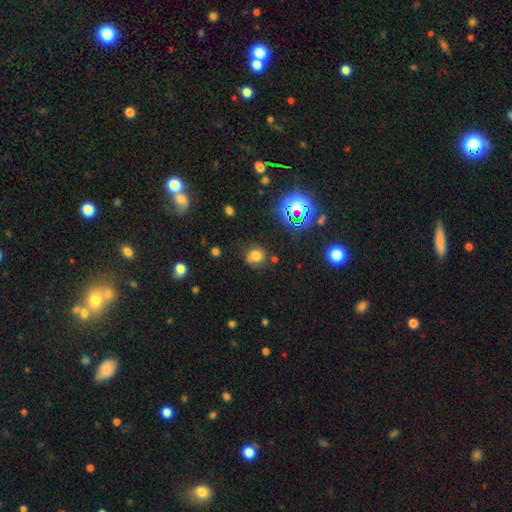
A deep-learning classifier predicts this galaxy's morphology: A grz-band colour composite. It shows a smooth galaxy with no disk features (66%) that is round (78%). Merging: none (70%).